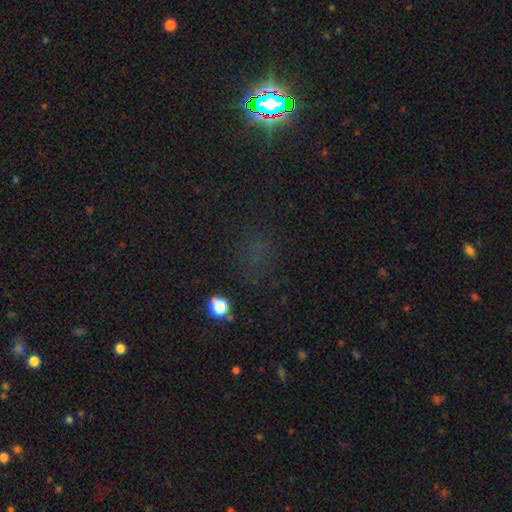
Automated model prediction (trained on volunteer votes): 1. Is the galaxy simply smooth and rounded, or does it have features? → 56% star or artifact, 34% smooth, 10% featured or disk.